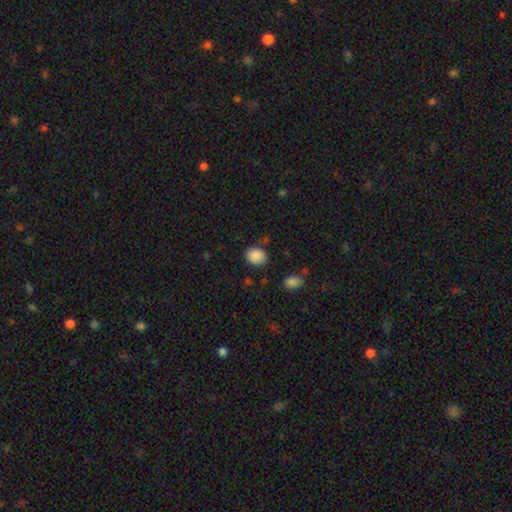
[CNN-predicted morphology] smooth_or_featured: smooth (p=0.88) [alt: star or artifact p=0.08]
how_rounded: round (p=0.50) [tied with: in between p=0.50]
merging: none (p=0.79) [alt: minor disturbance p=0.14]